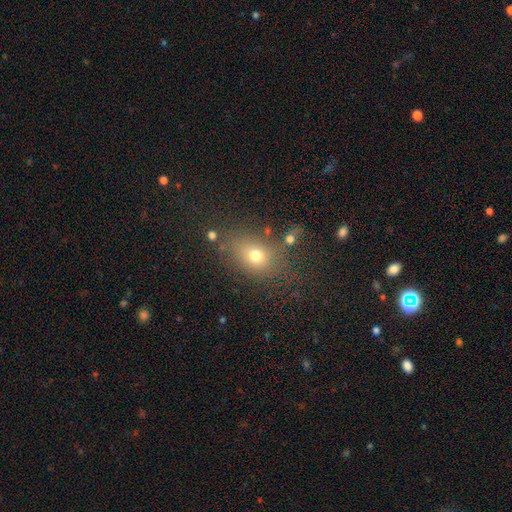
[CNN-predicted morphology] smooth_or_featured: smooth (p=0.71) [alt: star or artifact p=0.17]
how_rounded: in between (p=0.59) [alt: round p=0.39]
merging: none (p=0.68) [alt: minor disturbance p=0.16]